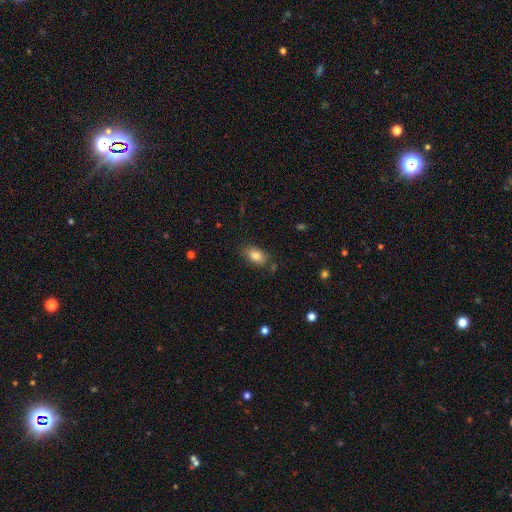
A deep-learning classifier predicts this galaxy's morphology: Smooth or featured: smooth — 83% (star or artifact — 9%)
How rounded: in between — 88% (round — 10%)
Merging: none — 79% (minor disturbance — 14%)